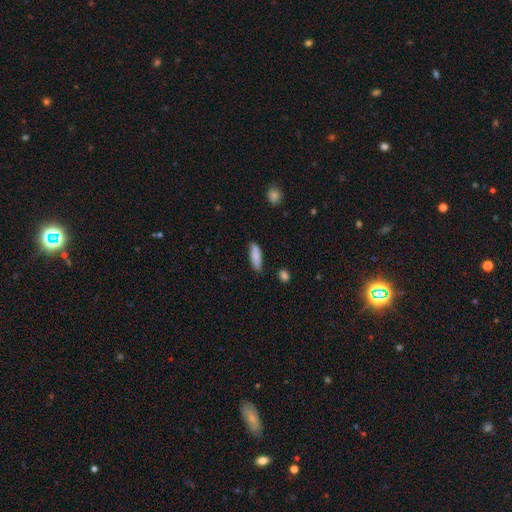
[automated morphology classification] Overall: smooth (84%). How rounded: in between (50%; cigar-shaped 48%). Merging: none (80%).